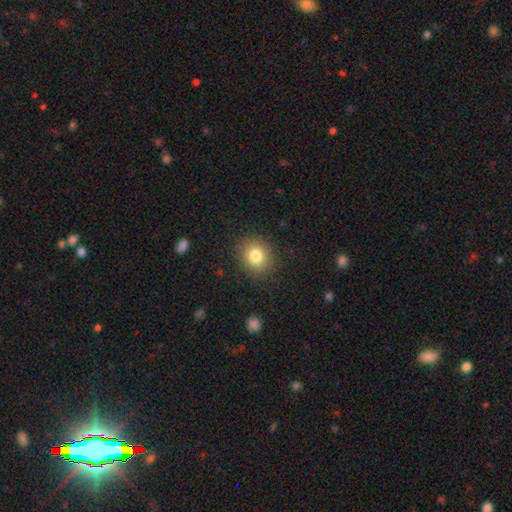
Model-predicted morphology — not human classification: Smooth or featured?
  - smooth: 80% *
  - star or artifact: 11%
  - featured or disk: 9%
How rounded?
  - round: 74% *
  - in between: 25%
  - cigar-shaped: 1%
Merging?
  - none: 88% *
  - minor disturbance: 8%
  - major disturbance: 3%
  - merger: 1%